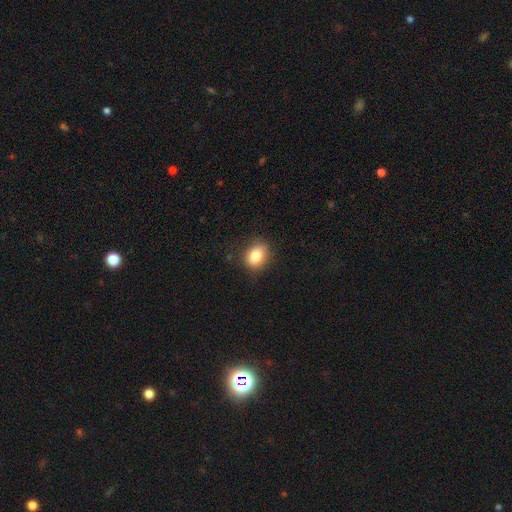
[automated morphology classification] smooth_or_featured: smooth (p=0.83) [alt: star or artifact p=0.09]
how_rounded: in between (p=0.56) [alt: round p=0.42]
merging: none (p=0.82) [alt: minor disturbance p=0.14]